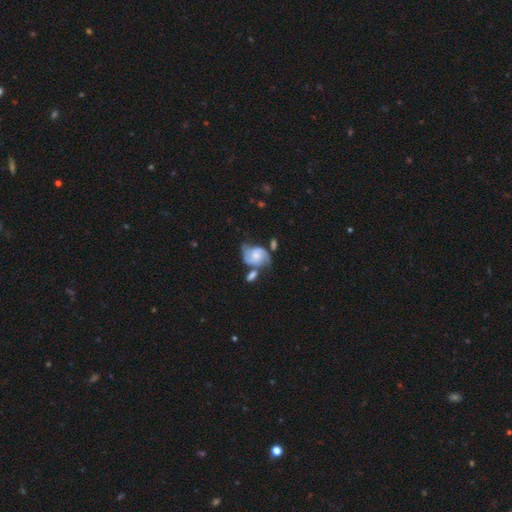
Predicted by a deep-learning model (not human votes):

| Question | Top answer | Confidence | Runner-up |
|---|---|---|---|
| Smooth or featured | featured or disk | 71% | smooth (22%) |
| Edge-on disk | no | 97% | yes (3%) |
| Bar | no | 65% | weak (29%) |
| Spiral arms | yes | 92% | no (8%) |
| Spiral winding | medium | 44% | loose (33%) |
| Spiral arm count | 2 | 83% | can't tell (7%) |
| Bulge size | small | 45% | moderate (30%) |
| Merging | none | 40% | minor disturbance (23%) |